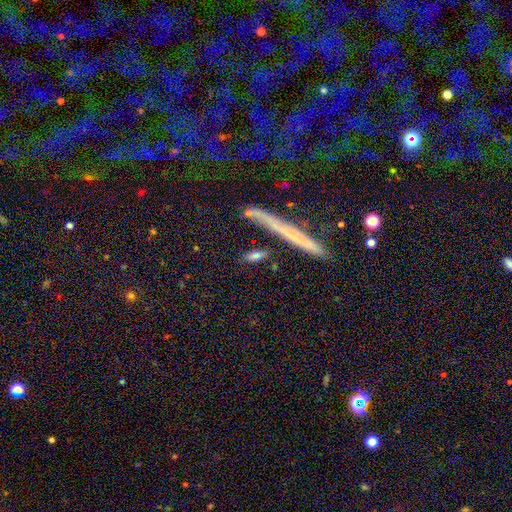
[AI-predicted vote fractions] This is likely a smooth galaxy (72%). How rounded: possibly cigar-shaped (51%). Merging: likely none (75%).